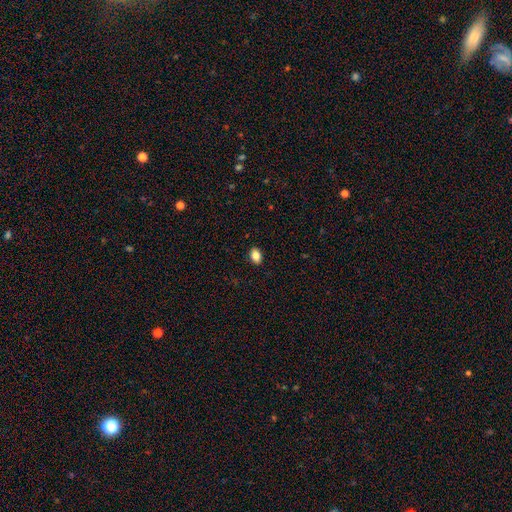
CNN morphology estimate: Smooth or featured: smooth — 84% (star or artifact — 9%)
How rounded: in between — 80% (round — 19%)
Merging: none — 90% (minor disturbance — 8%)